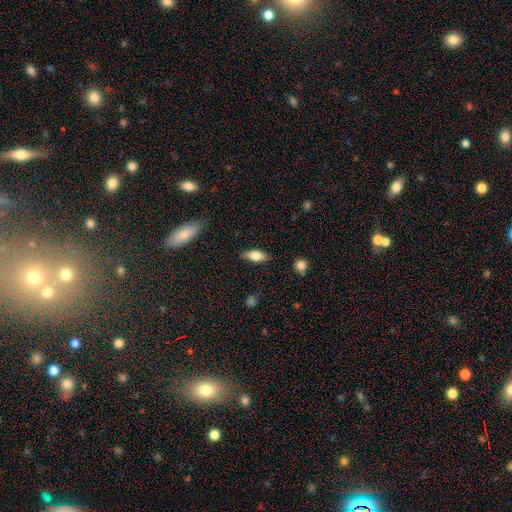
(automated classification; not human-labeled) A smooth galaxy with no disk features (68%) that is in between round and cigar-shaped (75%). Merging: none (83%).